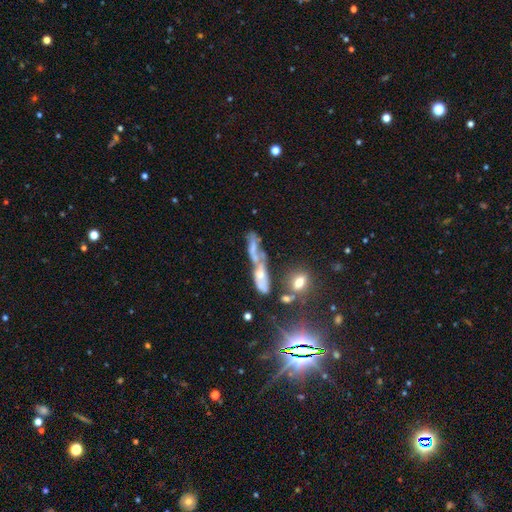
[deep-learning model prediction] smooth-or-featured: featured or disk: 46% | star or artifact: 28% | smooth: 26%
  merging: merger: 38% | none: 32% | major disturbance: 15% | minor disturbance: 15%